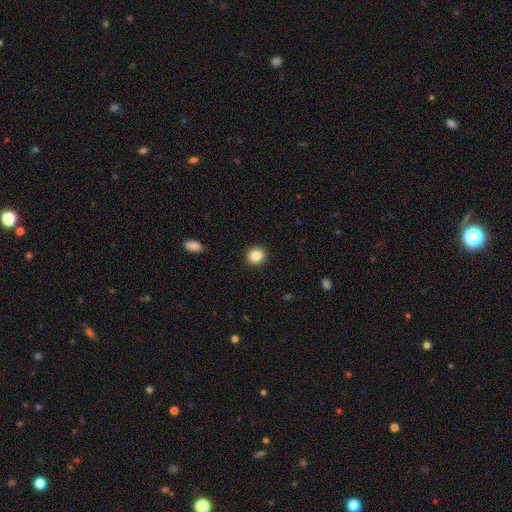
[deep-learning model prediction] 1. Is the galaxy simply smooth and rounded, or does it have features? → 86% smooth, 10% star or artifact, 5% featured or disk.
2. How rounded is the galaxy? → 85% round, 14% in between, 1% cigar-shaped.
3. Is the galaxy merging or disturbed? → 92% none, 5% minor disturbance, 2% major disturbance, 1% merger.